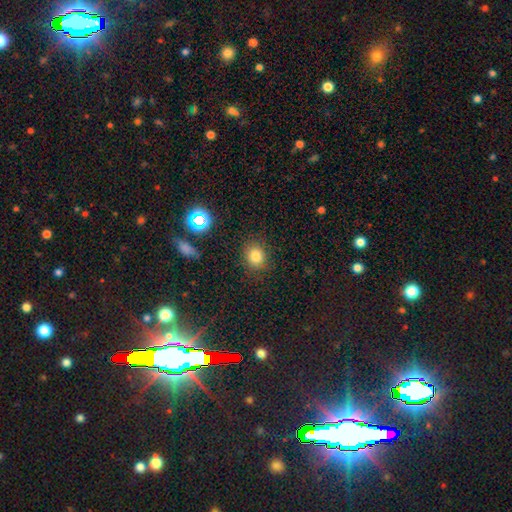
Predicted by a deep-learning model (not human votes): This is likely a smooth galaxy (79%). How rounded: likely round (70%). Merging: clearly none (84%).